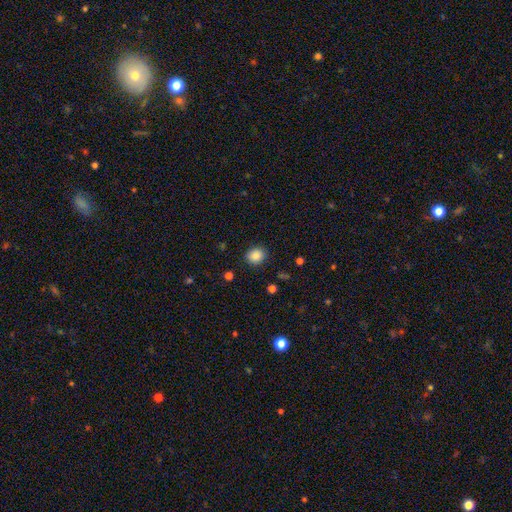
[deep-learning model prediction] smooth 86%, star or artifact 10%, featured or disk 4%. Down the decision tree: how rounded — round (76%); merging — none (88%).